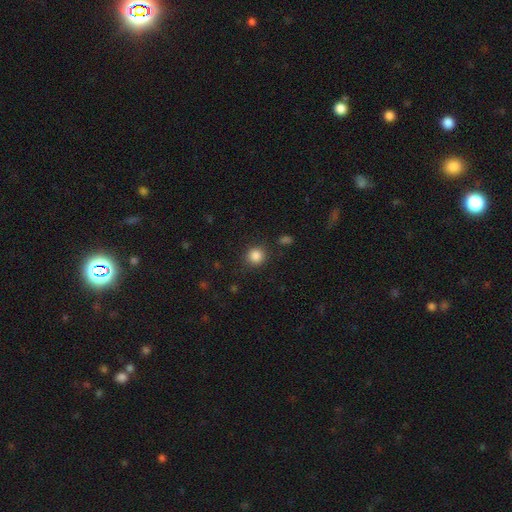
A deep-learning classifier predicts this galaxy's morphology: Smooth or featured? smooth (86%)
How rounded? round (91%)
Merging? none (87%)